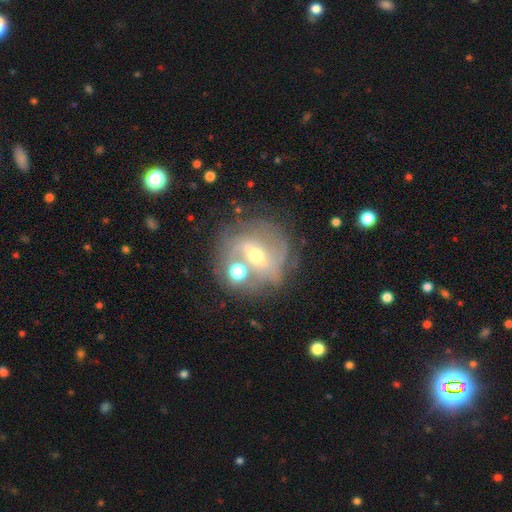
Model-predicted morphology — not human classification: This appears to be a featured or disk galaxy (74%) with a strong bar (41%), 2 (58%) medium (41%) spiral arms (76%) and a moderate central bulge (56%). Merging: none (56%).